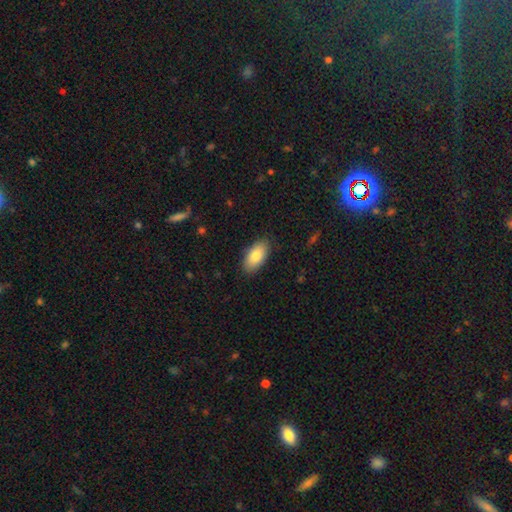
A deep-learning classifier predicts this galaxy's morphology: Overall: smooth (81%). How rounded: in between (93%). Merging: none (86%).